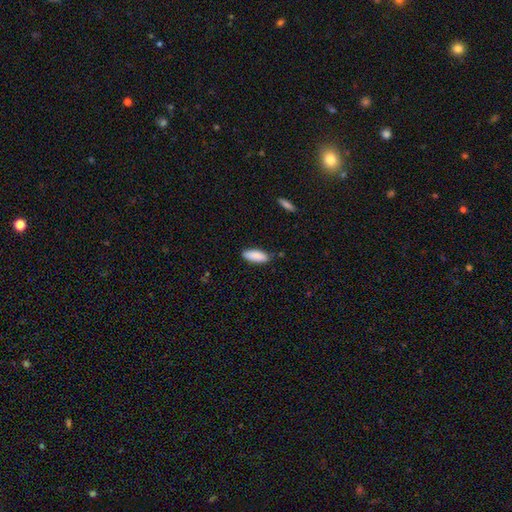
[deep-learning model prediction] The model was most divided on "how rounded": in between: 76%, cigar-shaped: 23%, round: 2%. More confident: smooth or featured — smooth (90%); merging — none (84%).